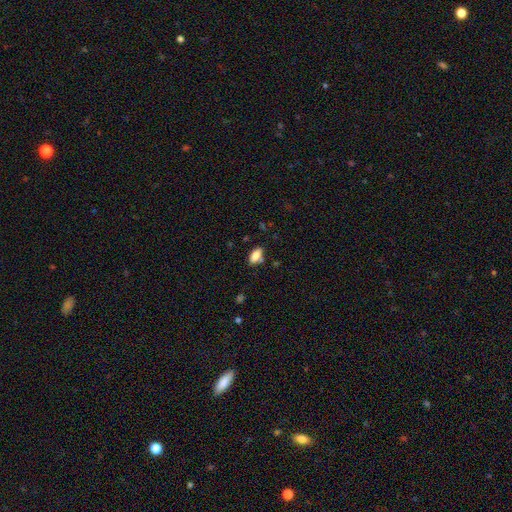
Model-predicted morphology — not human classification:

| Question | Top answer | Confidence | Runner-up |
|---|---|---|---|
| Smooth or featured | smooth | 84% | star or artifact (8%) |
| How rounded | in between | 91% | cigar-shaped (6%) |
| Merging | none | 74% | minor disturbance (15%) |